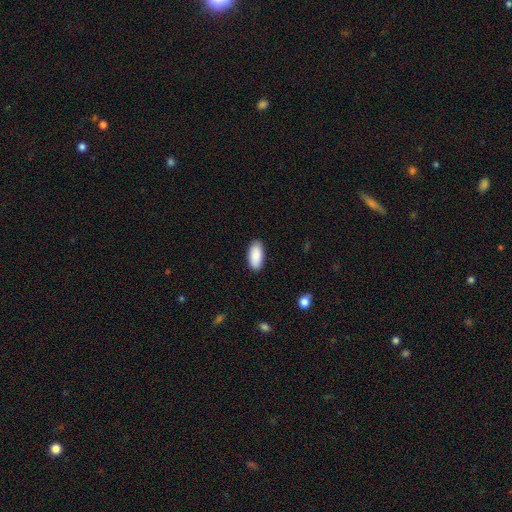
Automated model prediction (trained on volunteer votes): Smooth or featured? smooth (90%)
How rounded? in between (91%)
Merging? none (89%)